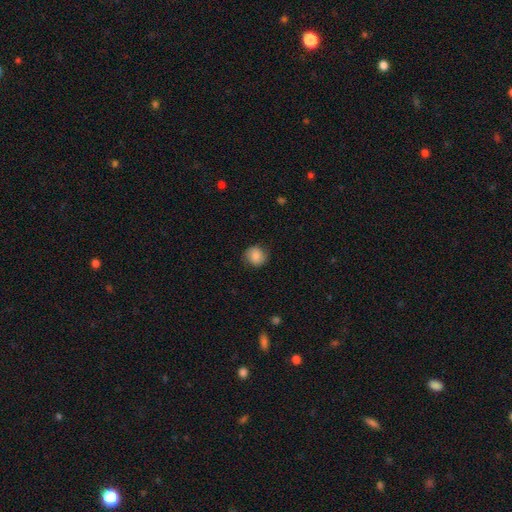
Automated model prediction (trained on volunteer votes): smooth-or-featured: smooth: 84% | star or artifact: 8% | featured or disk: 8%
  how-rounded: round: 82% | in between: 17% | cigar-shaped: 1%
  merging: none: 83% | minor disturbance: 13% | major disturbance: 4% | merger: 1%